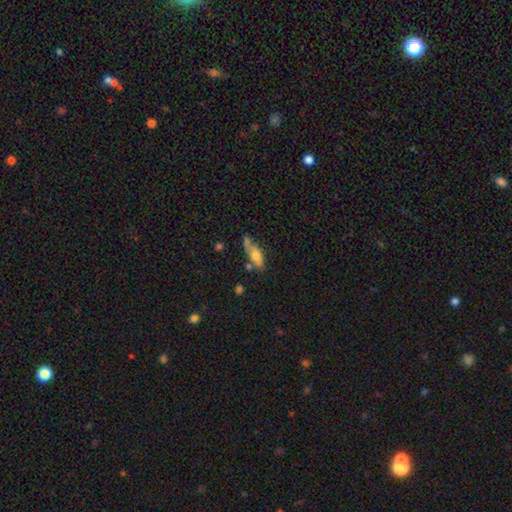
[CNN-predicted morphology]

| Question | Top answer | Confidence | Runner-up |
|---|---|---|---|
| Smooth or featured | smooth | 63% | featured or disk (30%) |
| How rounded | in between | 55% | cigar-shaped (42%) |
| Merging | none | 51% | minor disturbance (26%) |